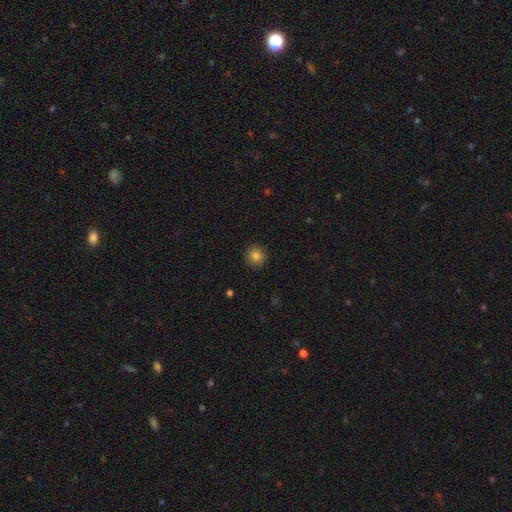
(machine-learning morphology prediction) Smooth or featured?
  - smooth: 83% *
  - star or artifact: 11%
  - featured or disk: 6%
How rounded?
  - round: 94% *
  - in between: 5%
  - cigar-shaped: 1%
Merging?
  - none: 92% *
  - minor disturbance: 5%
  - major disturbance: 2%
  - merger: 1%